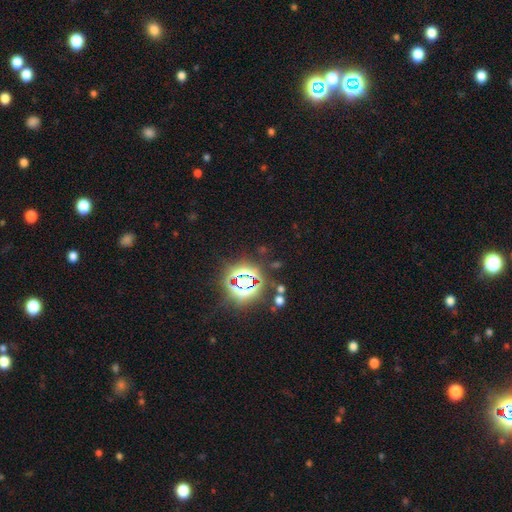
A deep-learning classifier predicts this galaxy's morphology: This appears to be a star or artifact, not a galaxy (77%).